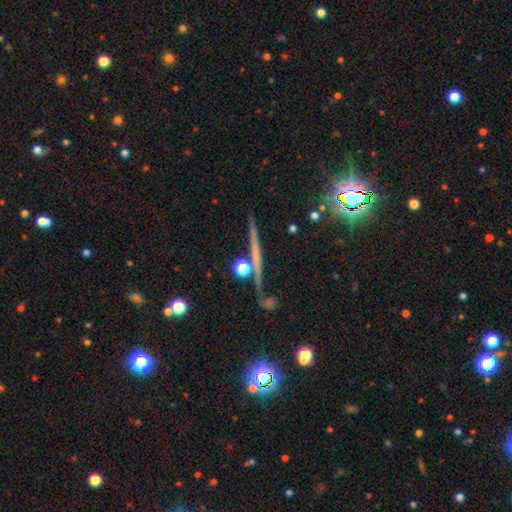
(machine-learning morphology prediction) Overall: featured or disk (60%; smooth 22%). Edge-on disk: yes (95%). Edge-on bulge: none (69%). Merging: none (82%).